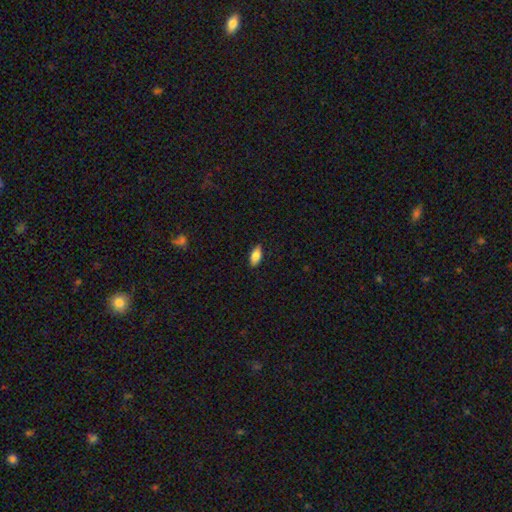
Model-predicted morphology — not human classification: Q: Smooth or featured?
A: smooth (82%); runner-up: featured or disk (11%)
Q: How rounded?
A: in between (89%); runner-up: cigar-shaped (8%)
Q: Merging?
A: none (87%); runner-up: minor disturbance (10%)